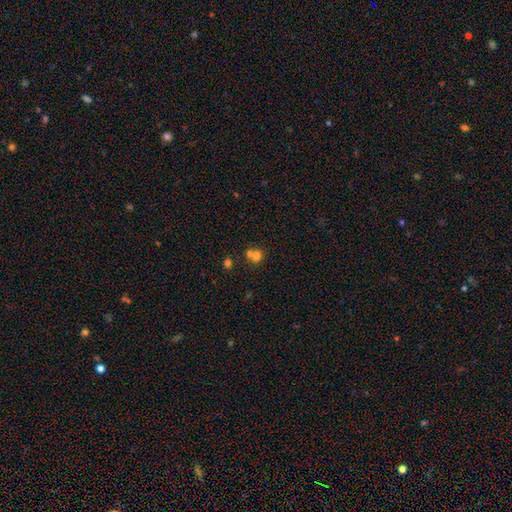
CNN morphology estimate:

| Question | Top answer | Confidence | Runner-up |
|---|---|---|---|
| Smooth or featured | smooth | 70% | star or artifact (15%) |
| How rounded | round | 81% | in between (18%) |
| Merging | merger | 52% | none (39%) |